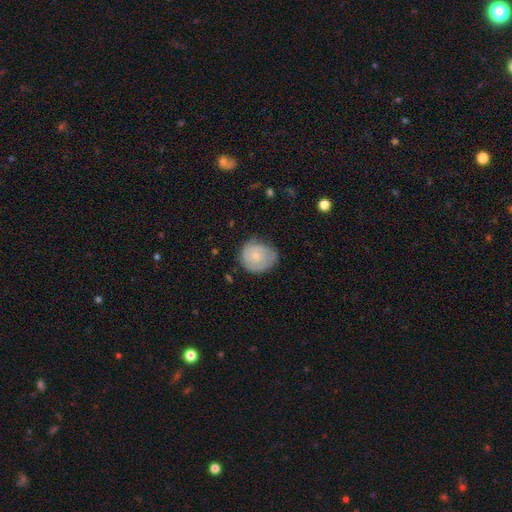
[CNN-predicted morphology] Smooth or featured: smooth — 49% (featured or disk — 45%)
Merging: none — 61% (minor disturbance — 30%)